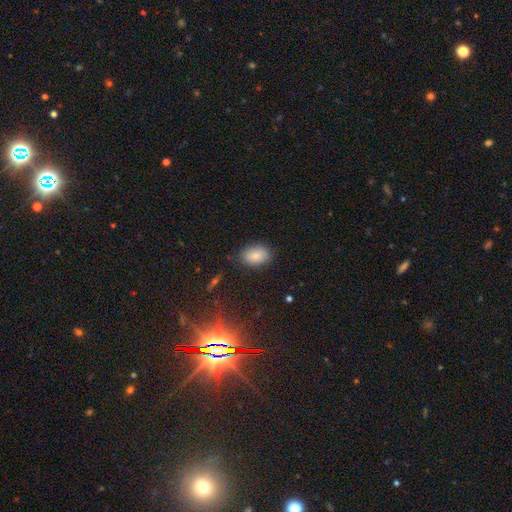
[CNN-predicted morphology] Overall: smooth (83%). How rounded: in between (81%). Merging: none (81%).